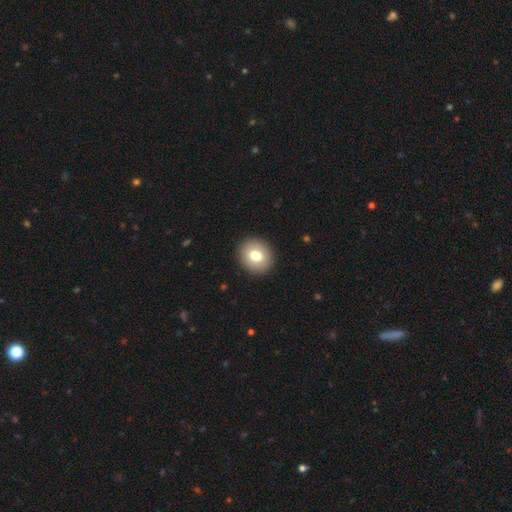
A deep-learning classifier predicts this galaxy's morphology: Smooth or featured? Predicted: smooth (p=0.76). How rounded? Predicted: round (p=0.77). Merging? Predicted: none (p=0.92).